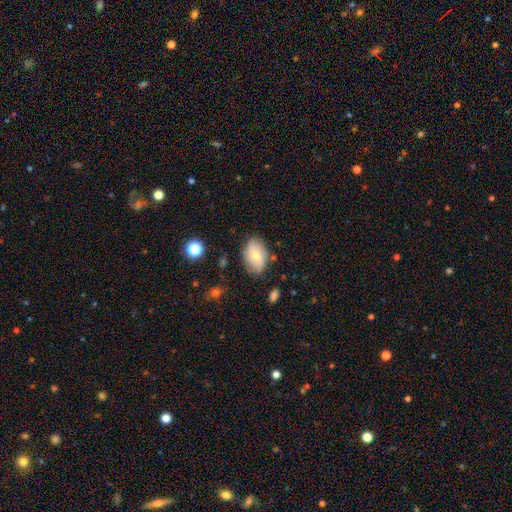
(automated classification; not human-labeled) This appears to be a smooth galaxy with no disk features (62%) that is in between round and cigar-shaped (87%). Merging: none (77%).